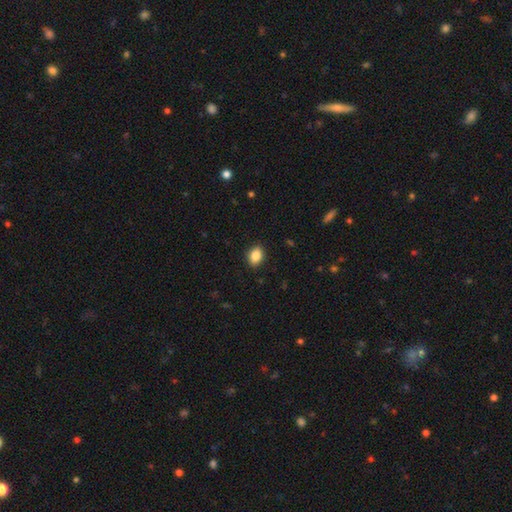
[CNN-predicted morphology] smooth 86%, star or artifact 9%, featured or disk 5%. Down the decision tree: how rounded — in between (71%); merging — none (90%).